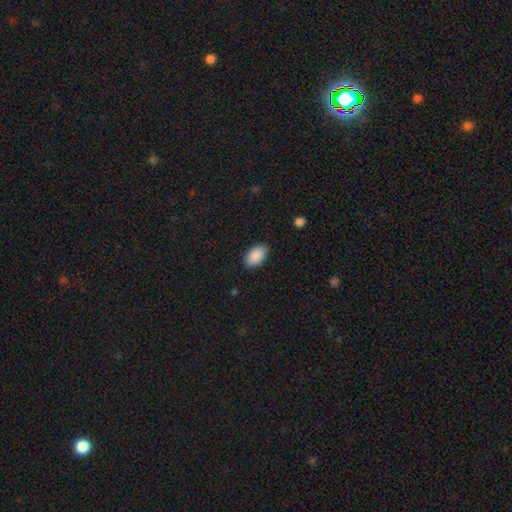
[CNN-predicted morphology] A smooth galaxy with no disk features (90%) that is in between round and cigar-shaped (94%).

Vote fractions:
- Smooth or featured? smooth: 90% / star or artifact: 6% / featured or disk: 4%
- How rounded? in between: 94% / round: 4% / cigar-shaped: 1%
- Merging? none: 85% / minor disturbance: 11% / major disturbance: 2% / merger: 1%